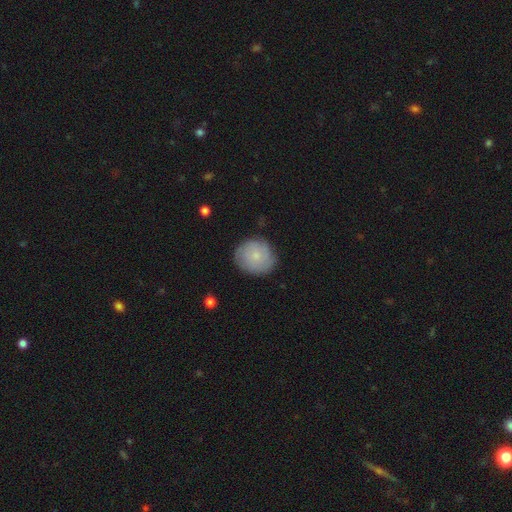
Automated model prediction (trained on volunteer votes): Morphology: type=smooth (74%); roundness=round (78%); merging=none (81%).